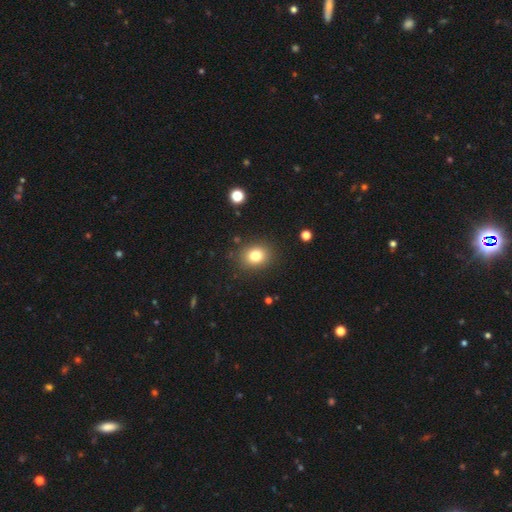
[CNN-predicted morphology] Smooth or featured? Predicted: smooth (p=0.80). How rounded? Predicted: round (p=0.63). Merging? Predicted: none (p=0.87).